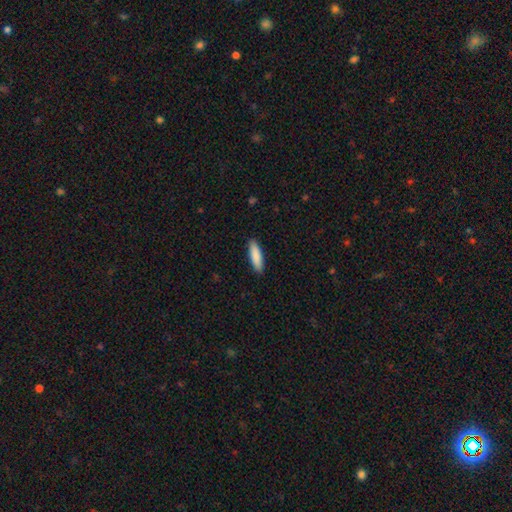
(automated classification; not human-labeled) This appears to be a smooth galaxy with no disk features (88%) that is cigar-shaped (65%). Merging: none (90%).